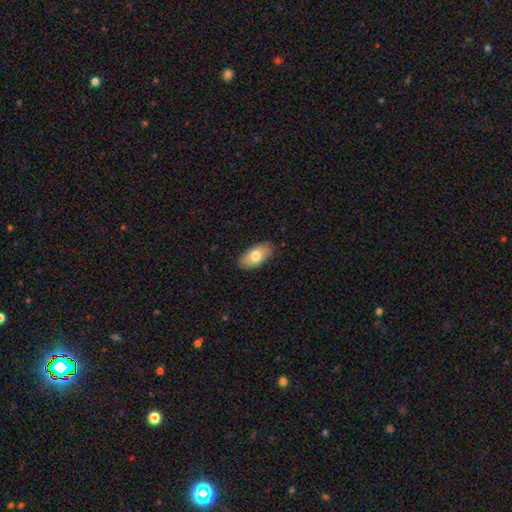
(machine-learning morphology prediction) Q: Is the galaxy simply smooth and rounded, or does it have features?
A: smooth — 76%.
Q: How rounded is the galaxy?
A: in between — 94%.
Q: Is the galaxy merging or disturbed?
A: none — 86%.